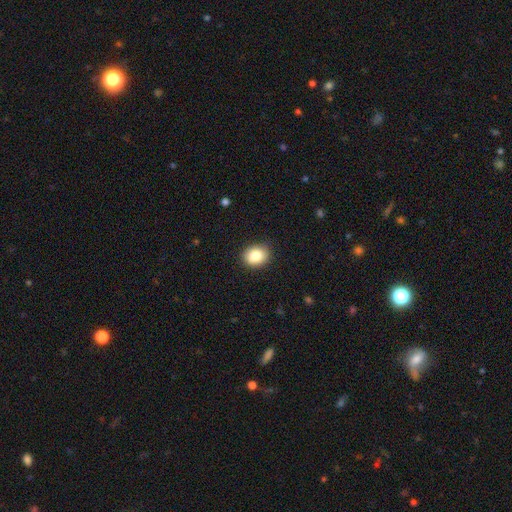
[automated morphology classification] Smooth or featured? Predicted: smooth (p=0.84). How rounded? Predicted: round (p=0.52). Merging? Predicted: none (p=0.86).